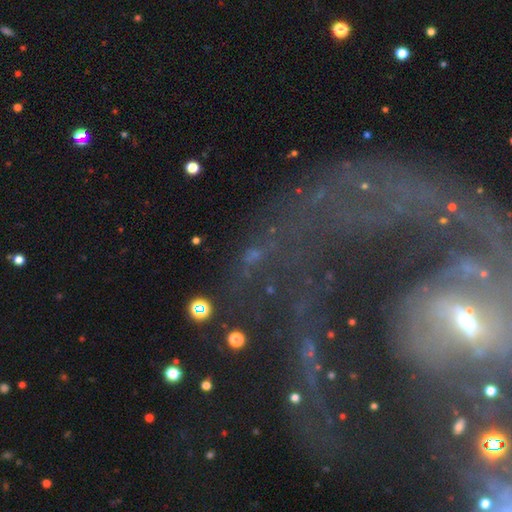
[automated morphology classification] Q: Smooth or featured?
A: star or artifact (49%); runner-up: featured or disk (31%)